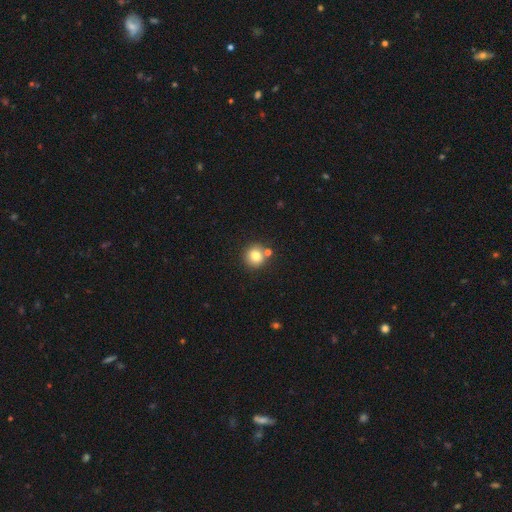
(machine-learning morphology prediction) A smooth galaxy with no disk features (80%) that is round (92%). Merging: none (74%).